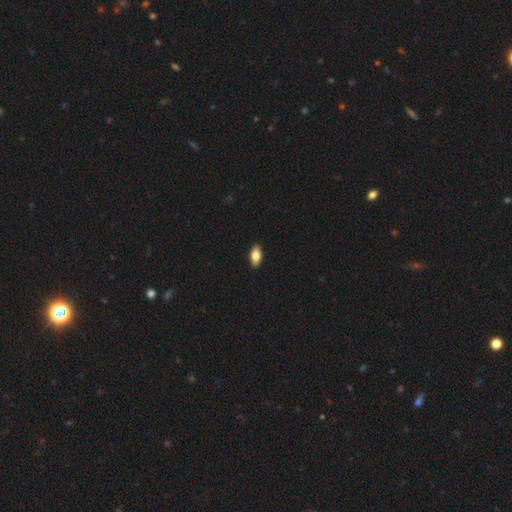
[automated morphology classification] The model was most divided on "smooth or featured": smooth: 79%, featured or disk: 14%, star or artifact: 6%. More confident: merging — none (91%); how rounded — in between (91%).